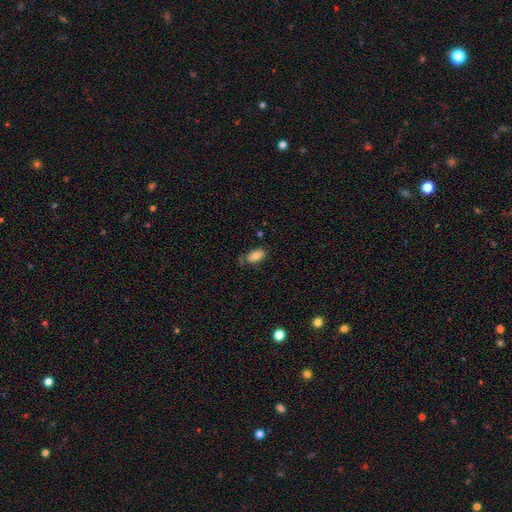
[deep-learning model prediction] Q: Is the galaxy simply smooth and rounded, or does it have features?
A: smooth — 80%.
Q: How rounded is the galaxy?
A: in between — 93%.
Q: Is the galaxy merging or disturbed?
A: none — 62%.